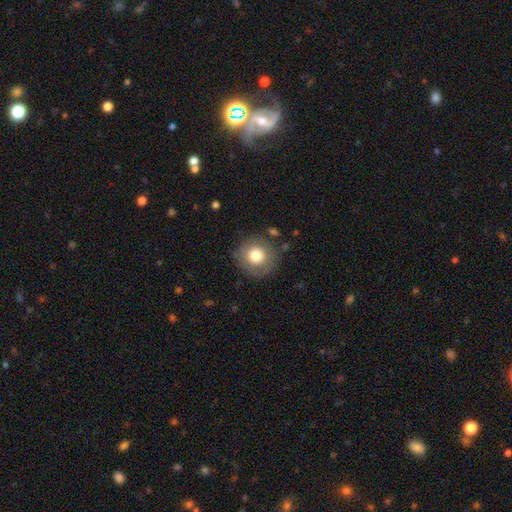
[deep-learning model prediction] Smooth or featured? Predicted: smooth (p=0.74). How rounded? Predicted: round (p=0.95). Merging? Predicted: none (p=0.82).